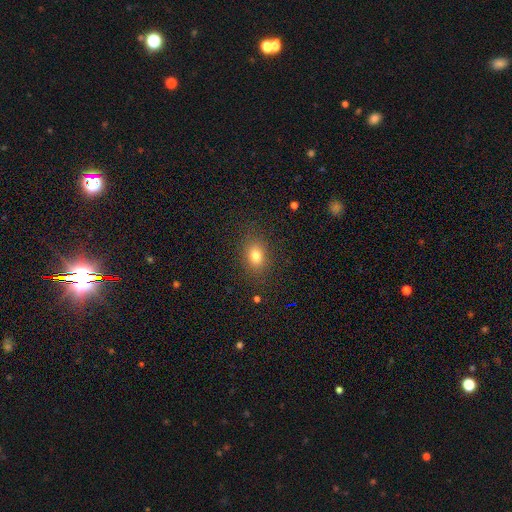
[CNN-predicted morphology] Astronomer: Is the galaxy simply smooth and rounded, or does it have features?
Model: smooth — 80%.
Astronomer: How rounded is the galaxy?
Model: in between — 68%.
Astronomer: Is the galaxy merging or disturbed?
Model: none — 85%.